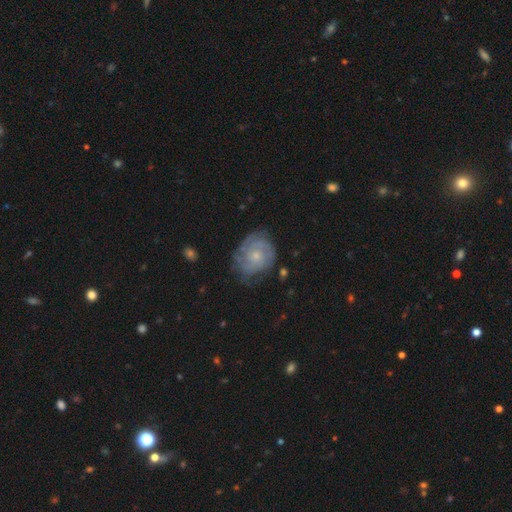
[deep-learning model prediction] Smooth or featured: featured or disk — 73% (smooth — 20%)
Edge-on disk: no — 98% (yes — 2%)
Bar: no — 79% (weak — 19%)
Spiral arms: yes — 89% (no — 11%)
Spiral winding: tight — 66% (medium — 27%)
Spiral arm count: can't tell — 38% (2 — 27%)
Bulge size: small — 62% (moderate — 32%)
Merging: none — 68% (minor disturbance — 22%)